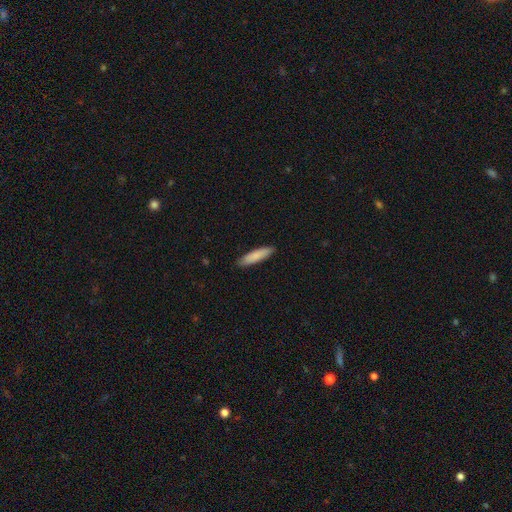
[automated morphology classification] type=smooth (85%); roundness=cigar-shaped (76%); merging=none (89%).